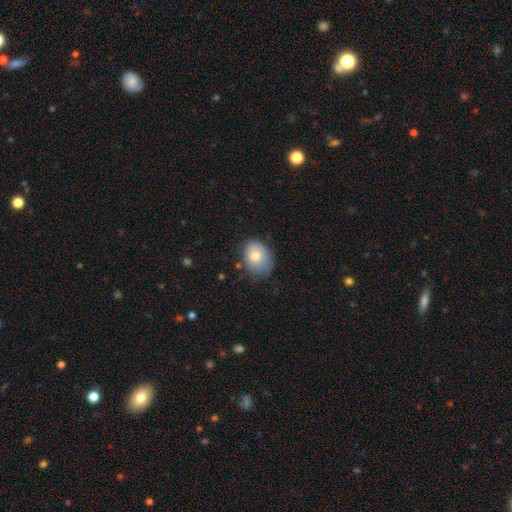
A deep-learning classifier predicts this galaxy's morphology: A smooth galaxy with no disk features (78%) that is in between round and cigar-shaped (64%). Merging: none (63%).